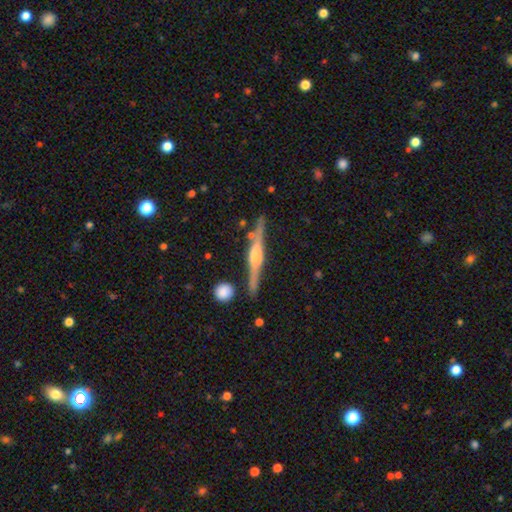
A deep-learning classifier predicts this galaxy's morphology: This is clearly a featured or disk galaxy (81%). It is clearly viewed edge-on (98%). Edge-on bulge: likely rounded (74%). Merging: clearly none (84%).